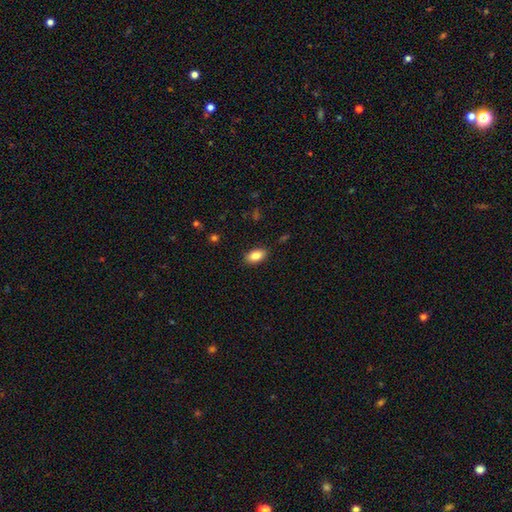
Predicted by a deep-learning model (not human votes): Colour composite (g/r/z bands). It shows a smooth galaxy with no disk features (86%) that is in between round and cigar-shaped (91%). Merging: none (86%).